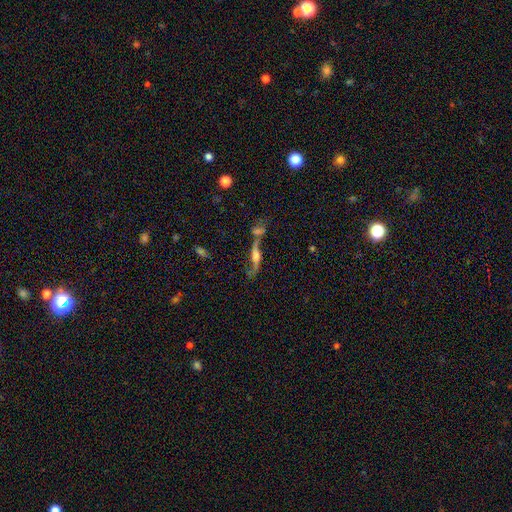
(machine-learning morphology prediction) This is likely a featured or disk galaxy (68%). It is possibly not viewed edge-on (57%). Merging: marginally merger (40%).